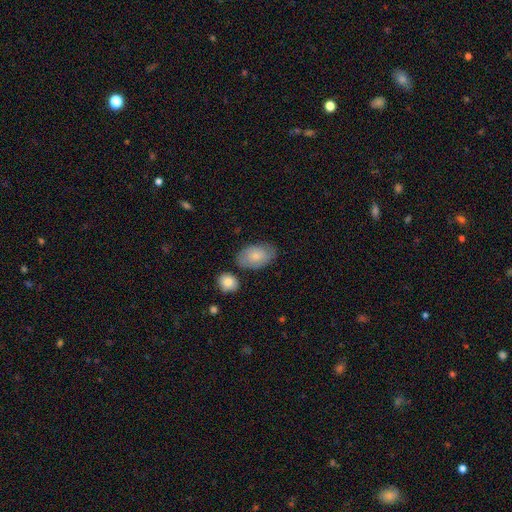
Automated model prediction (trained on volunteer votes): A smooth galaxy with no disk features (75%) that is in between round and cigar-shaped (90%).

Vote fractions:
- Smooth or featured? smooth: 75% / featured or disk: 19% / star or artifact: 6%
- How rounded? in between: 90% / round: 9% / cigar-shaped: 1%
- Merging? none: 71% / minor disturbance: 19% / merger: 6% / major disturbance: 5%